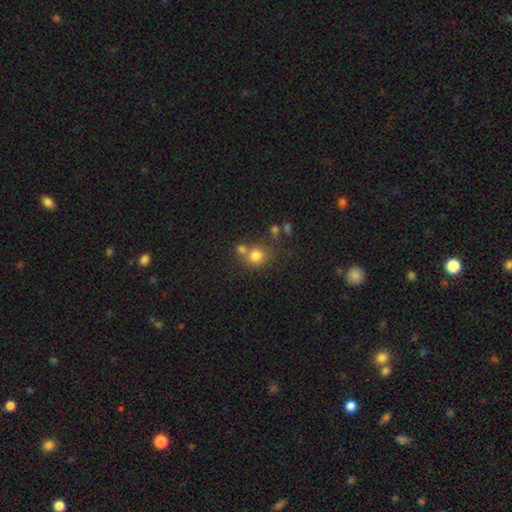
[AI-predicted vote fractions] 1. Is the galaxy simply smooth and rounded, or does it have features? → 77% smooth, 13% star or artifact, 10% featured or disk.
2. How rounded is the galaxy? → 83% round, 16% in between, 1% cigar-shaped.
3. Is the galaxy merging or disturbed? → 49% none, 36% merger, 10% minor disturbance, 5% major disturbance.